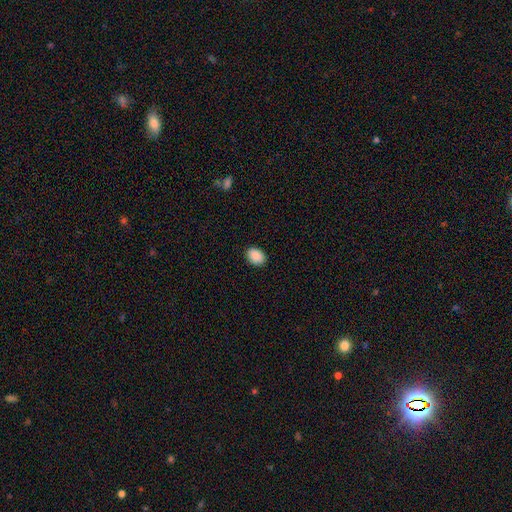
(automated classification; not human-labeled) smooth-or-featured: smooth: 90% | star or artifact: 8% | featured or disk: 3%
  how-rounded: in between: 76% | round: 23% | cigar-shaped: 1%
  merging: none: 88% | minor disturbance: 9% | major disturbance: 2% | merger: 1%